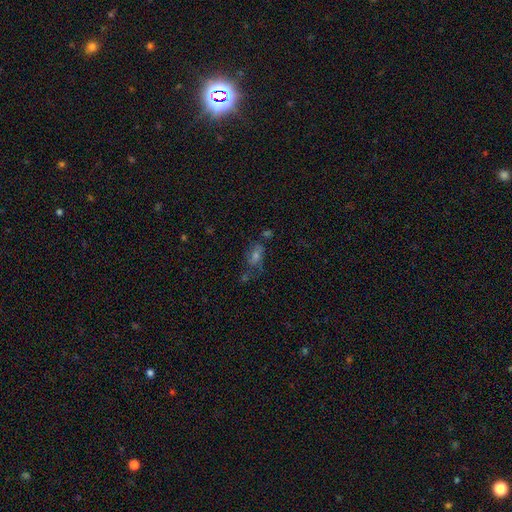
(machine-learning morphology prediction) type=smooth (37%); merging=none (49%).